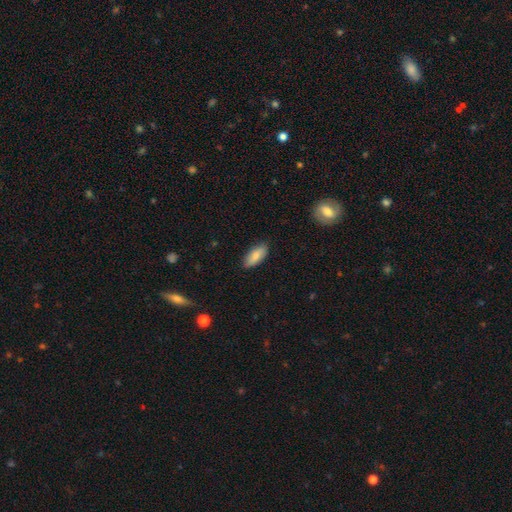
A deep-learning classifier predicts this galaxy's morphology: Overall: smooth (80%). How rounded: in between (83%). Merging: none (83%).